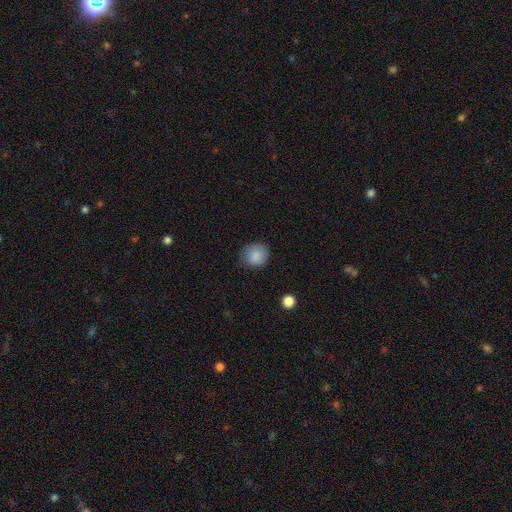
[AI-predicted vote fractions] Smooth or featured?
  - smooth: 86% *
  - star or artifact: 9%
  - featured or disk: 6%
How rounded?
  - round: 84% *
  - in between: 15%
  - cigar-shaped: 1%
Merging?
  - none: 75% *
  - minor disturbance: 19%
  - major disturbance: 4%
  - merger: 1%